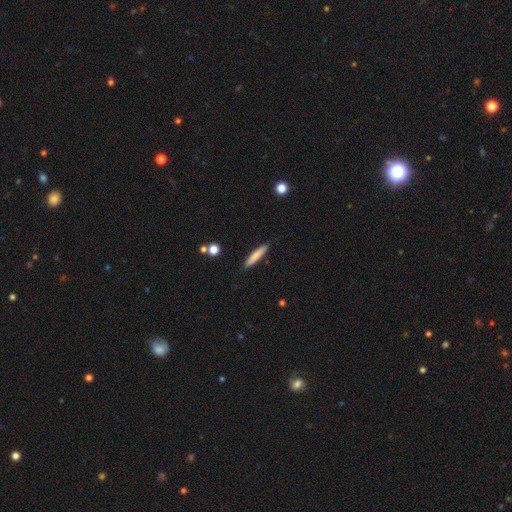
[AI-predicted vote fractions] This appears to be a smooth galaxy with no disk features (79%) that is cigar-shaped (91%). Merging: none (89%).